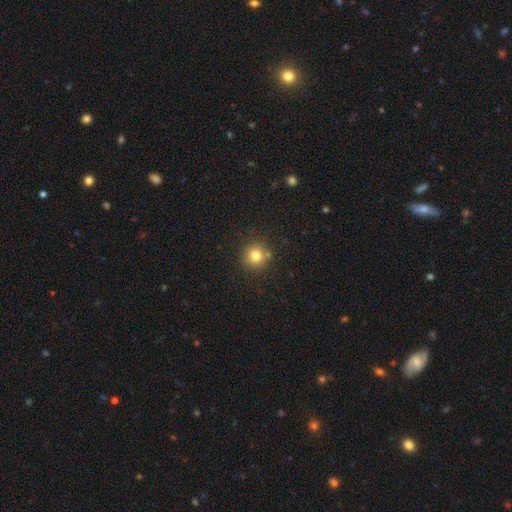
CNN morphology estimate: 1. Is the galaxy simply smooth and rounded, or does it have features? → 80% smooth, 13% star or artifact, 8% featured or disk.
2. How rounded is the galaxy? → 93% round, 6% in between, 1% cigar-shaped.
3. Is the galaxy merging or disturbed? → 83% none, 9% minor disturbance, 6% merger, 3% major disturbance.